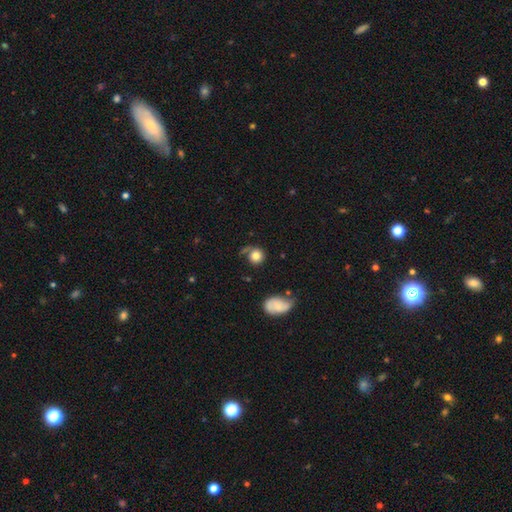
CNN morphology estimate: smooth_or_featured: smooth (p=0.78) [alt: featured or disk p=0.13]
how_rounded: round (p=0.85) [alt: in between p=0.14]
merging: none (p=0.54) [alt: minor disturbance p=0.21]